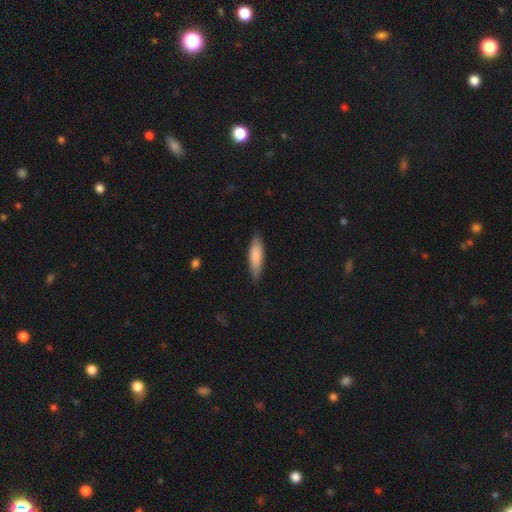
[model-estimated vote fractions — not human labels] Overall: smooth (83%). How rounded: cigar-shaped (55%; in between 44%). Merging: none (82%).